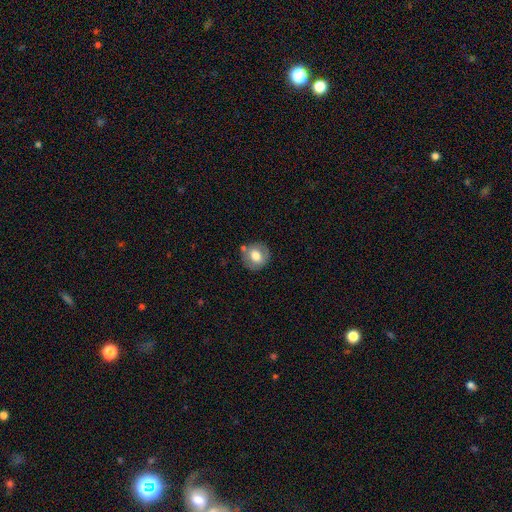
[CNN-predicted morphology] A smooth galaxy with no disk features (68%) that is round (86%). Merging: none (77%).